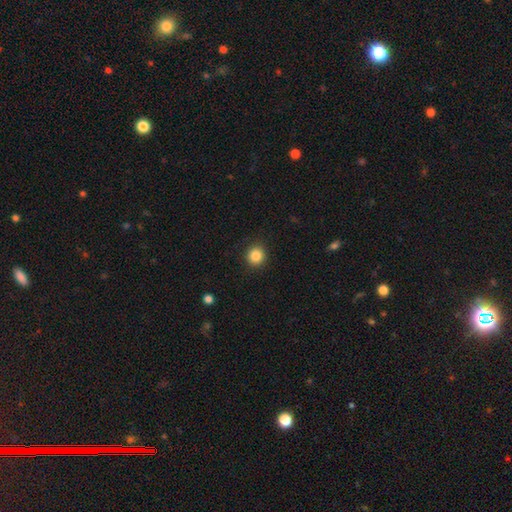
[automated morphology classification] type=smooth (86%); roundness=round (90%); merging=none (90%).